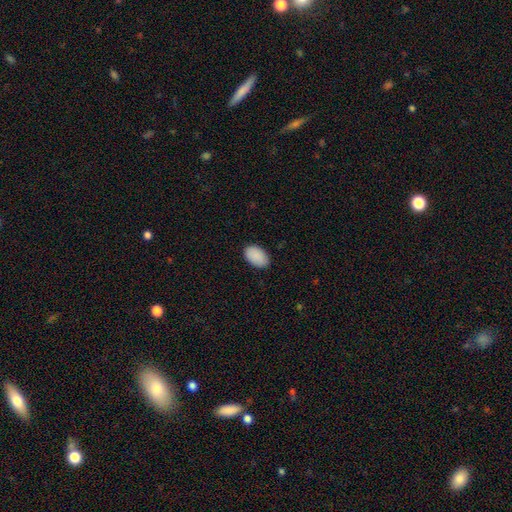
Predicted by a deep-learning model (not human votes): smooth_or_featured: smooth (p=0.91) [alt: star or artifact p=0.06]
how_rounded: in between (p=0.93) [alt: round p=0.06]
merging: none (p=0.89) [alt: minor disturbance p=0.09]